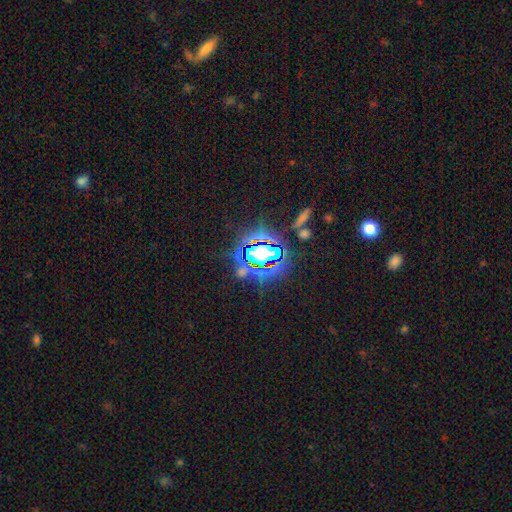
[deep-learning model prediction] A star or artifact, not a galaxy (79%).

Vote fractions:
- Smooth or featured? star or artifact: 79% / smooth: 12% / featured or disk: 9%